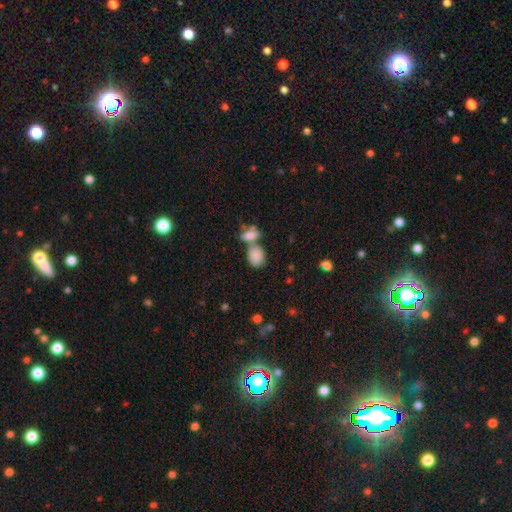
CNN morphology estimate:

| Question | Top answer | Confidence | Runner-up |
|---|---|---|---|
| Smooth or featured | smooth | 85% | star or artifact (8%) |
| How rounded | in between | 73% | round (25%) |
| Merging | merger | 49% | none (36%) |